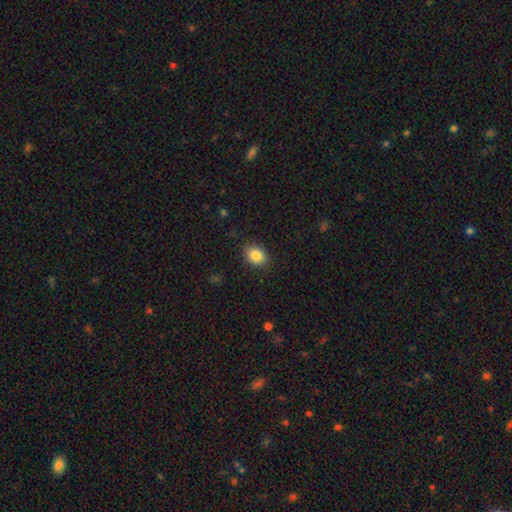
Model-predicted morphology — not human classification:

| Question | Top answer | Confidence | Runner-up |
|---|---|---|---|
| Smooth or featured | smooth | 85% | star or artifact (9%) |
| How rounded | in between | 60% | round (39%) |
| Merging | none | 85% | minor disturbance (11%) |